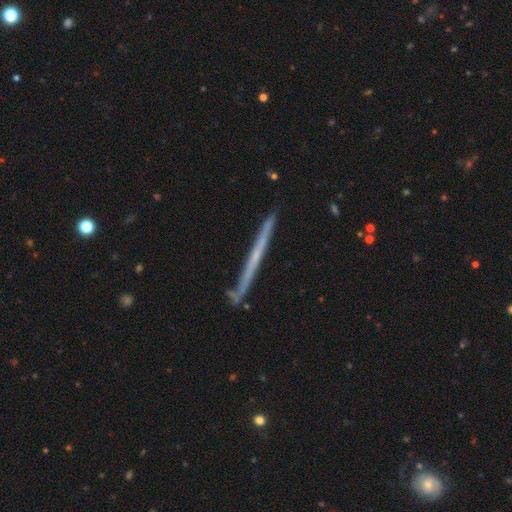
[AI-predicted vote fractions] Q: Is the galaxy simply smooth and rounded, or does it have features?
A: featured or disk — 63%.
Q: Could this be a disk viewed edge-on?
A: yes — 97%.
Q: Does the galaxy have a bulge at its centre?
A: none — 82%.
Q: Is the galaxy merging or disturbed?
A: none — 87%.